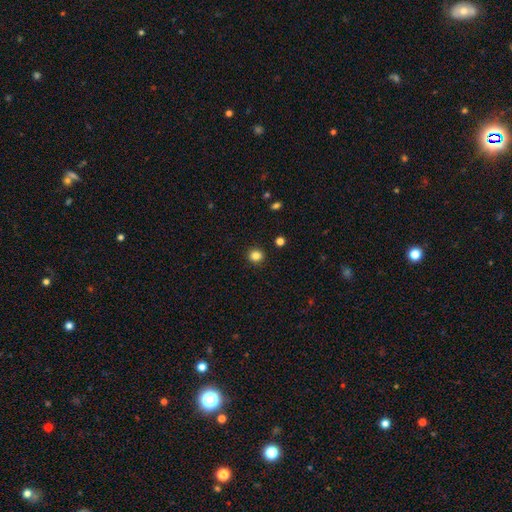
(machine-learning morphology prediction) A smooth galaxy with no disk features (84%) that is round (87%).

Vote fractions:
- Smooth or featured? smooth: 84% / star or artifact: 12% / featured or disk: 4%
- How rounded? round: 87% / in between: 12% / cigar-shaped: 1%
- Merging? none: 91% / minor disturbance: 6% / major disturbance: 2% / merger: 1%